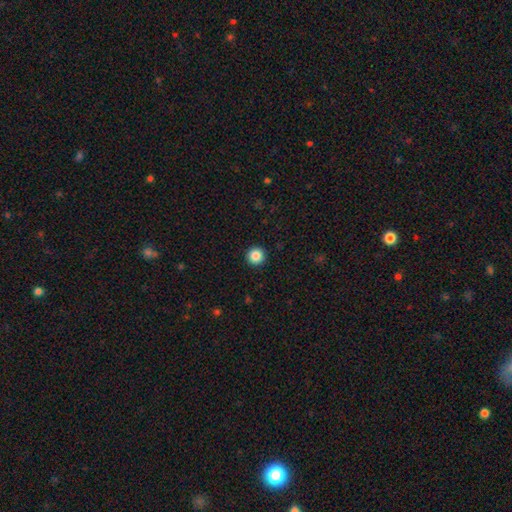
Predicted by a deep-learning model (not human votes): smooth-or-featured: smooth: 86% | star or artifact: 10% | featured or disk: 4%
  how-rounded: round: 96% | in between: 3% | cigar-shaped: 1%
  merging: none: 93% | minor disturbance: 4% | major disturbance: 2% | merger: 1%